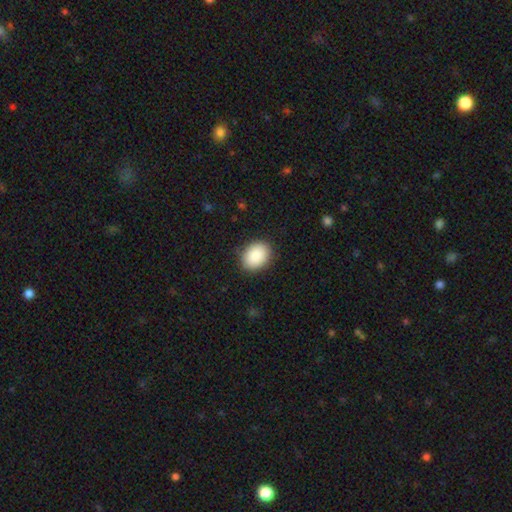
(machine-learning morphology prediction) This appears to be a smooth galaxy with no disk features (89%) that is in between round and cigar-shaped (63%). Merging: none (88%).